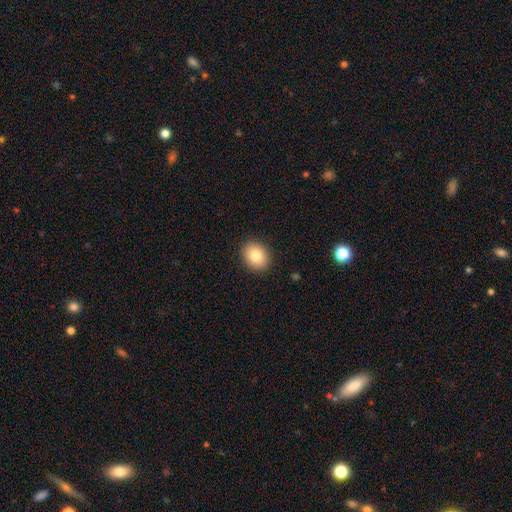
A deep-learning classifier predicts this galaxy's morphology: smooth-or-featured: smooth: 83% | star or artifact: 9% | featured or disk: 8%
  how-rounded: round: 54% | in between: 46% | cigar-shaped: 1%
  merging: none: 90% | minor disturbance: 7% | major disturbance: 2% | merger: 1%